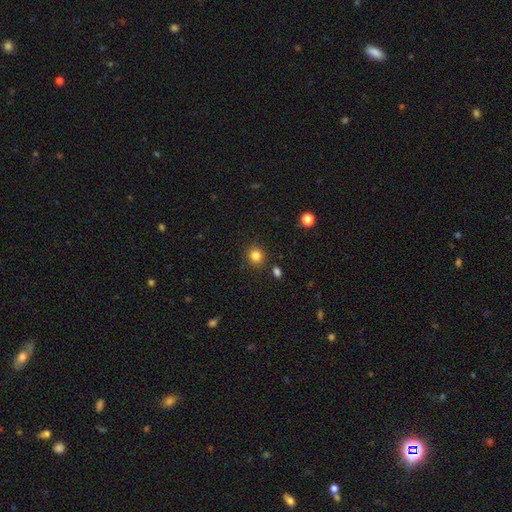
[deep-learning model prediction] Q: Smooth or featured?
A: smooth (84%); runner-up: star or artifact (12%)
Q: How rounded?
A: round (85%); runner-up: in between (14%)
Q: Merging?
A: none (87%); runner-up: minor disturbance (8%)